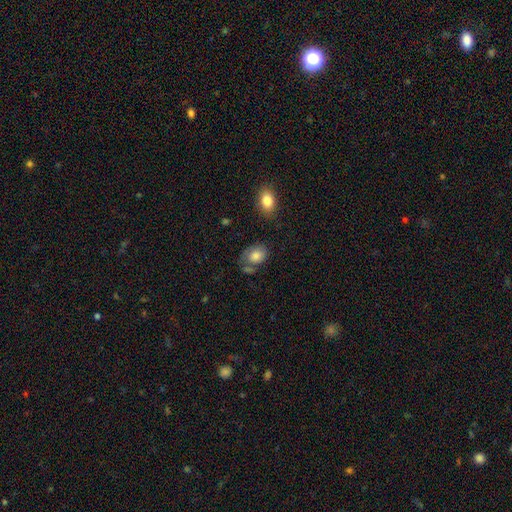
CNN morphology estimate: A smooth galaxy with no disk features (77%) that is in between round and cigar-shaped (74%).

Vote fractions:
- Smooth or featured? smooth: 77% / featured or disk: 15% / star or artifact: 8%
- How rounded? in between: 74% / round: 25% / cigar-shaped: 1%
- Merging? none: 50% / minor disturbance: 24% / merger: 15% / major disturbance: 12%